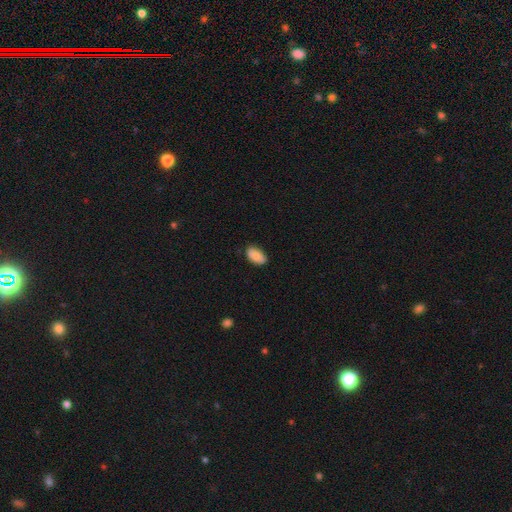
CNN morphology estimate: This is clearly a smooth galaxy (84%). How rounded: clearly in between (94%). Merging: clearly none (81%).